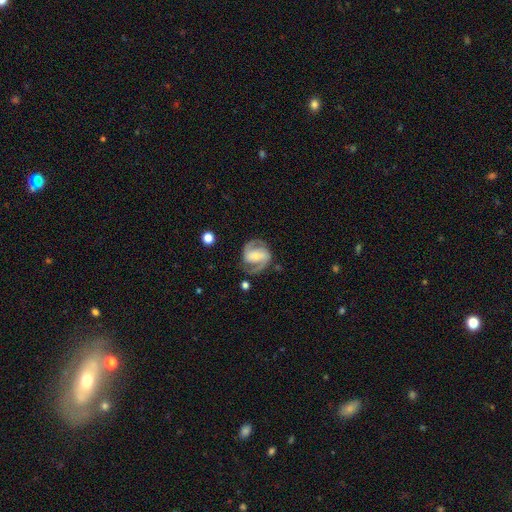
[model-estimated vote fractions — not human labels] Smooth or featured? featured or disk (85%)
Edge-on disk? no (97%)
Bar? strong (44%)
Spiral arms? yes (95%)
Spiral winding? medium (54%)
Spiral arm count? 2 (90%)
Bulge size? small (54%)
Merging? none (77%)